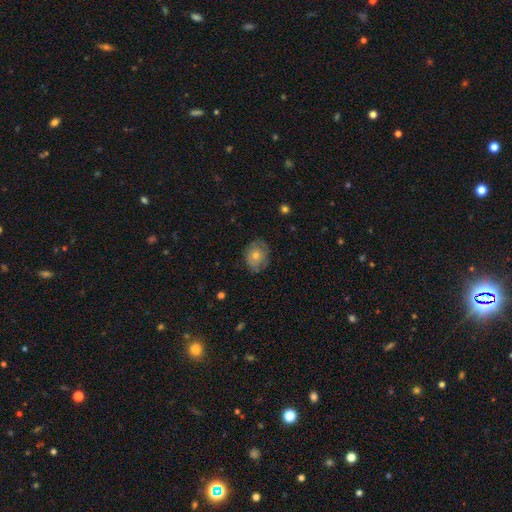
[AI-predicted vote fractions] Overall: smooth (55%; featured or disk 34%). How rounded: round (50%; in between 48%). Merging: none (78%).